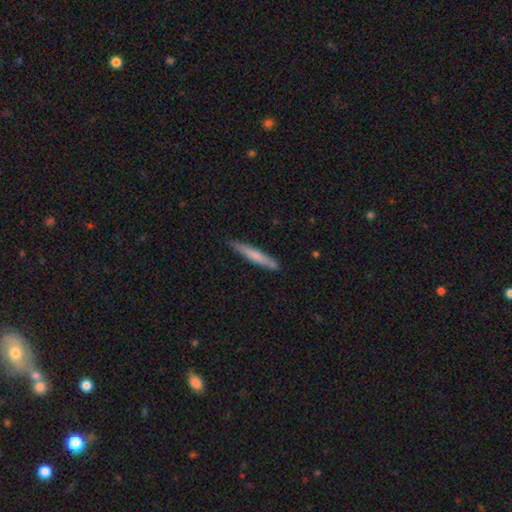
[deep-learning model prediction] Overall: smooth (65%; featured or disk 30%). How rounded: cigar-shaped (95%). Merging: none (84%).